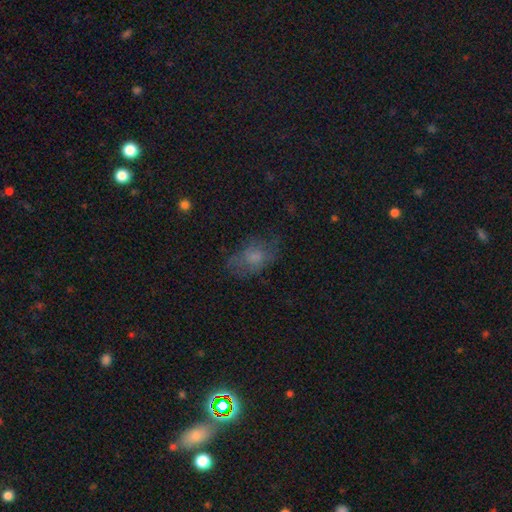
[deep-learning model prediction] Morphology: type=smooth (61%); roundness=in between (81%); merging=none (55%).